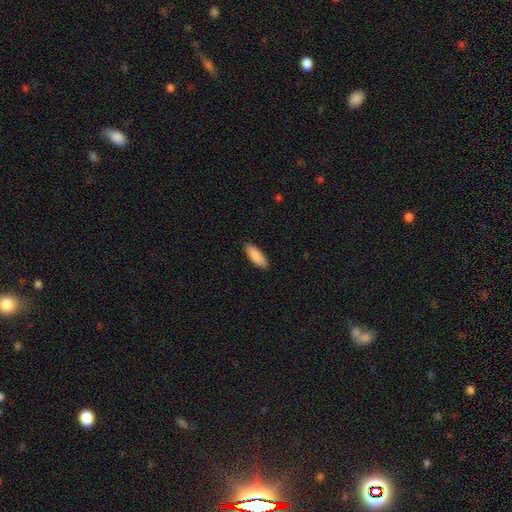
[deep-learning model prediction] smooth 89%, featured or disk 6%, star or artifact 5%. Down the decision tree: how rounded — in between (59%); merging — none (89%).